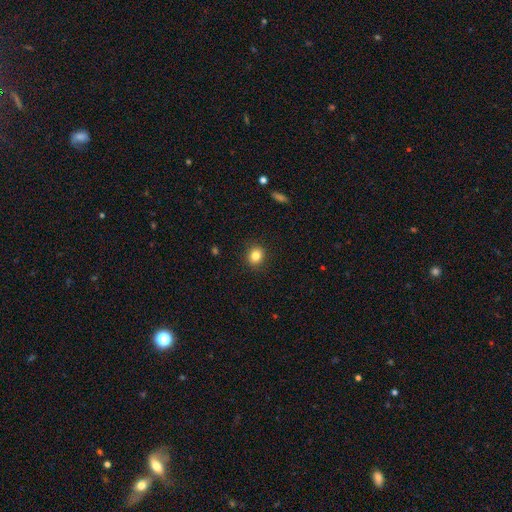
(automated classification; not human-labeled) Smooth or featured: smooth — 83% (star or artifact — 11%)
How rounded: round — 76% (in between — 23%)
Merging: none — 90% (minor disturbance — 7%)